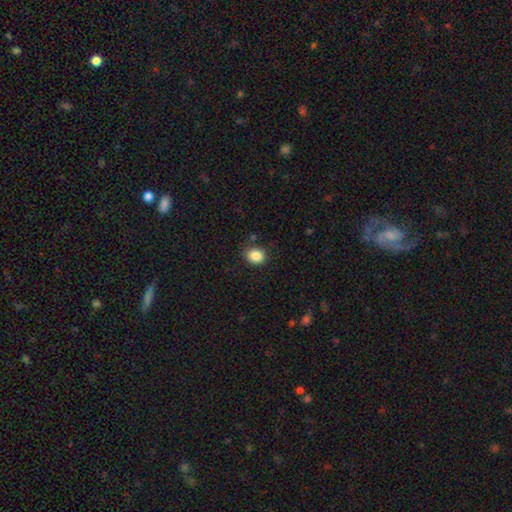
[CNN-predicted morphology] This is clearly a smooth galaxy (86%). How rounded: likely round (61%). Merging: clearly none (83%).